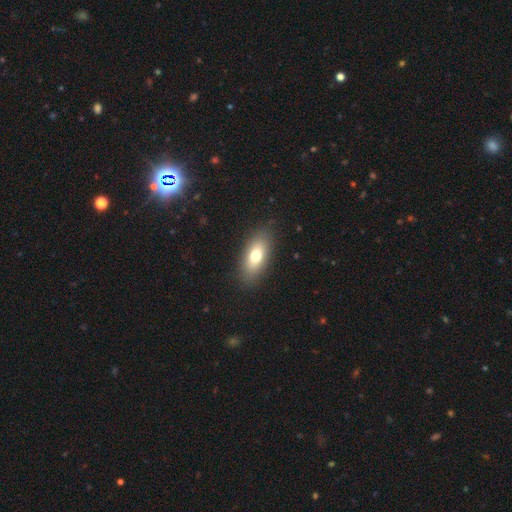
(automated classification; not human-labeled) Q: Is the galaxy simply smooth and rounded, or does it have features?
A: smooth — 72%.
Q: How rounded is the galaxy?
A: in between — 83%.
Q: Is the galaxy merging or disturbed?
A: none — 87%.